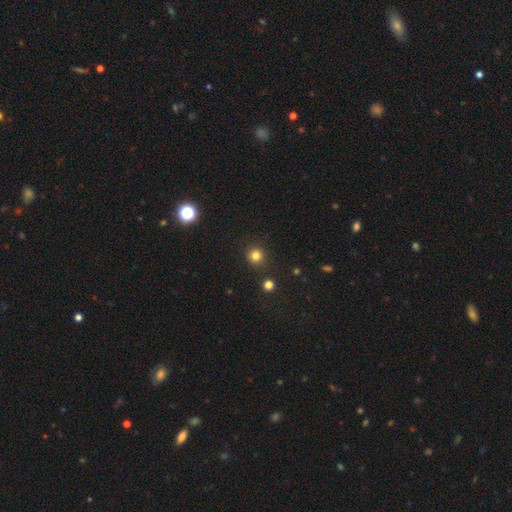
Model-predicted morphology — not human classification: Smooth or featured?
  - smooth: 81% *
  - star or artifact: 14%
  - featured or disk: 5%
How rounded?
  - round: 94% *
  - in between: 5%
  - cigar-shaped: 1%
Merging?
  - none: 89% *
  - minor disturbance: 6%
  - merger: 3%
  - major disturbance: 2%